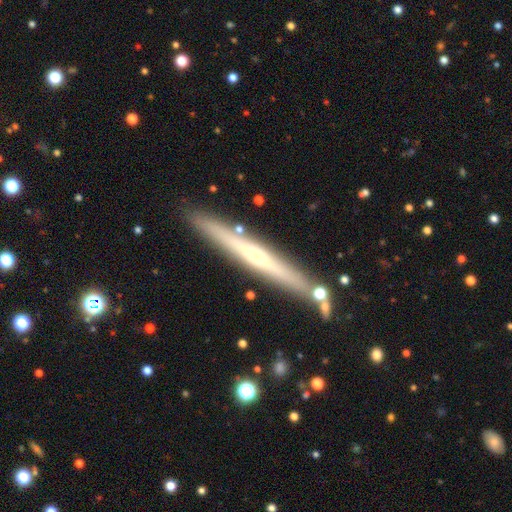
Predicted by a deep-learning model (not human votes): A featured or disk galaxy (67%) viewed edge-on (96%) with a rounded central bulge (65%).

Vote fractions:
- Smooth or featured? featured or disk: 67% / smooth: 27% / star or artifact: 6%
- Edge-on disk? yes: 96% / no: 4%
- Edge-on bulge? rounded: 65% / none: 31% / boxy: 5%
- Merging? none: 87% / minor disturbance: 8% / merger: 3% / major disturbance: 2%